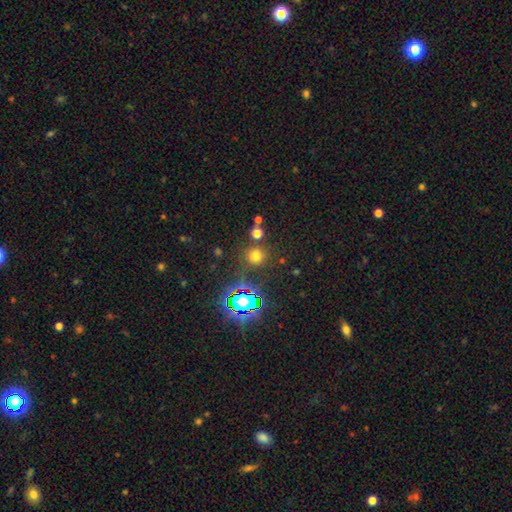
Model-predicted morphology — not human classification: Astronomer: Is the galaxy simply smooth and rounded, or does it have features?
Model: smooth — 63%.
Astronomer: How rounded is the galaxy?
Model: round — 91%.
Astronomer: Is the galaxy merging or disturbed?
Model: none — 82%.